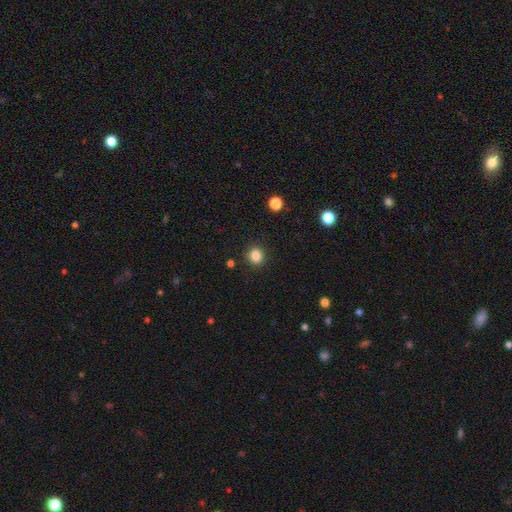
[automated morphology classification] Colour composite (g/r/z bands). It shows a smooth galaxy with no disk features (84%) that is round (87%). Merging: none (90%).